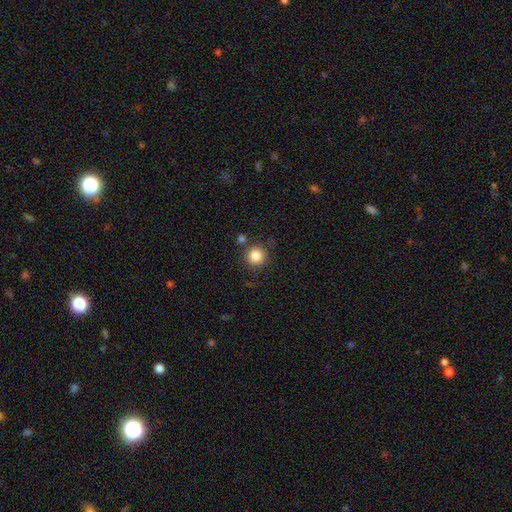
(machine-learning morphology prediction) The model was most divided on "merging": none: 81%, minor disturbance: 9%, merger: 7%, major disturbance: 3%. More confident: how rounded — round (94%); smooth or featured — smooth (85%).